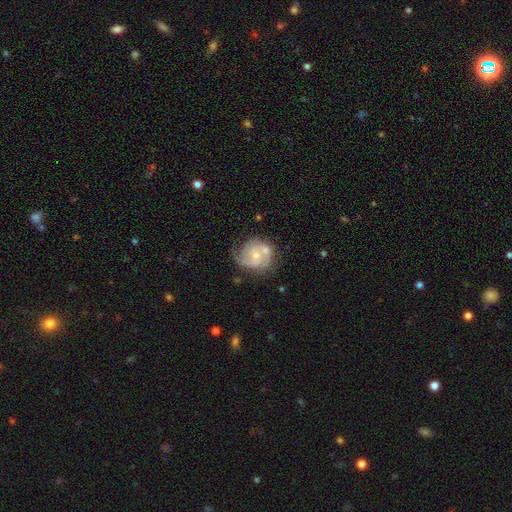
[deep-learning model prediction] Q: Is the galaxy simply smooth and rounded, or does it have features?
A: featured or disk — 77%.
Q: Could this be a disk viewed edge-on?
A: no — 98%.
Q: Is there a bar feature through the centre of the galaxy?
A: no — 70%.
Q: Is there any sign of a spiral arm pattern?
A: yes — 92%.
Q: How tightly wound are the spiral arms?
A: tight — 45%.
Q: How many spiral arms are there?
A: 2 — 48%.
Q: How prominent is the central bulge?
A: small — 53%.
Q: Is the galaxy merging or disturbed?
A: none — 52%.